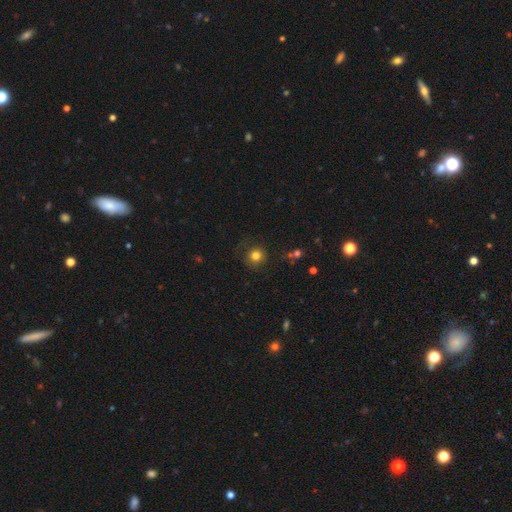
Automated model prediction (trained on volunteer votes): Q: Smooth or featured?
A: smooth (80%); runner-up: star or artifact (13%)
Q: How rounded?
A: round (92%); runner-up: in between (7%)
Q: Merging?
A: none (80%); runner-up: minor disturbance (12%)